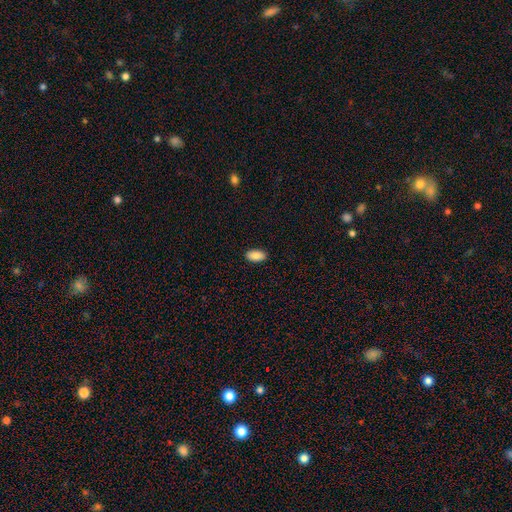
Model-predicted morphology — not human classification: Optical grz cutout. It shows a smooth galaxy with no disk features (89%) that is in between round and cigar-shaped (94%). Merging: none (90%).